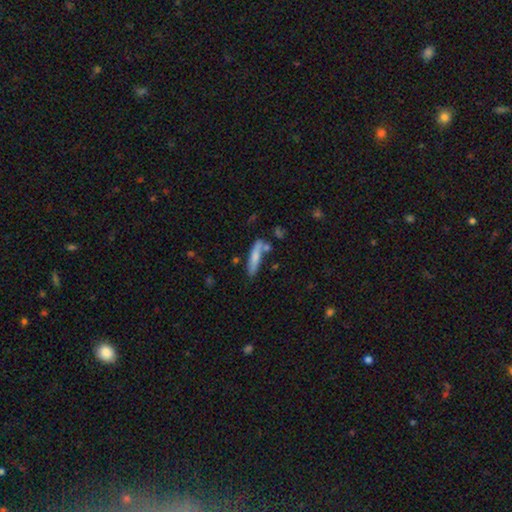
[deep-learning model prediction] Overall: smooth (71%). How rounded: cigar-shaped (84%). Merging: none (65%).